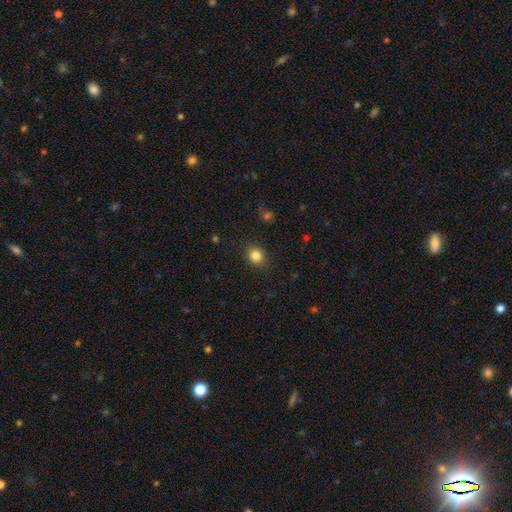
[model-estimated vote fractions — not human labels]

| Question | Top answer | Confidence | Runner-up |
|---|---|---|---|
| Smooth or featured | smooth | 84% | star or artifact (11%) |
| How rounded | round | 77% | in between (22%) |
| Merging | none | 87% | minor disturbance (9%) |